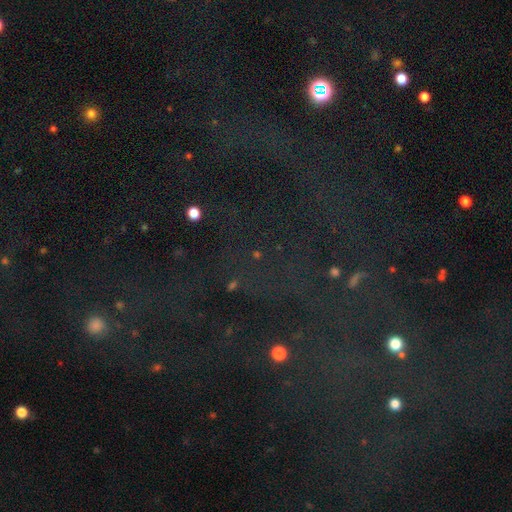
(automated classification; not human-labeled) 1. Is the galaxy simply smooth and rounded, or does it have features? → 72% star or artifact, 16% smooth, 12% featured or disk.